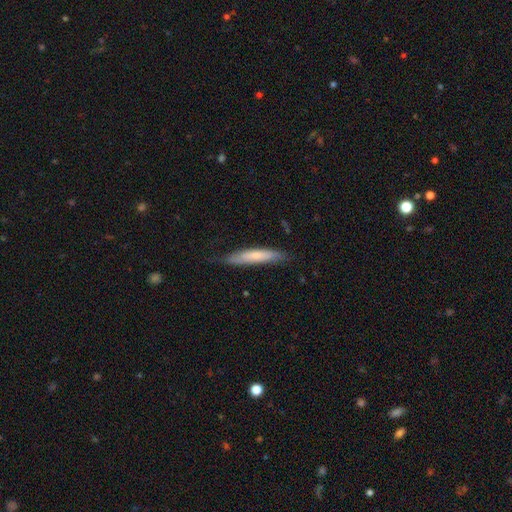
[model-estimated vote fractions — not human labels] Overall: smooth (64%; featured or disk 30%). How rounded: cigar-shaped (87%). Merging: none (71%).